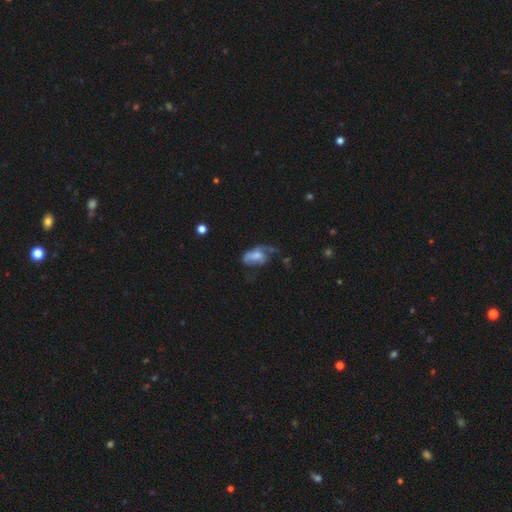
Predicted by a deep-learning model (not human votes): Morphology: type=smooth (48%); merging=major disturbance (44%).